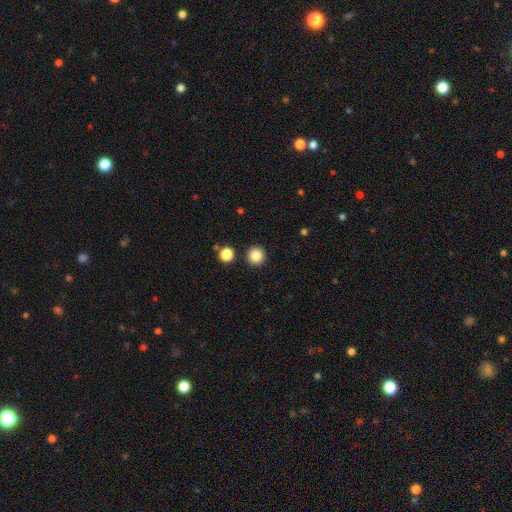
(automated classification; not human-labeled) smooth-or-featured: smooth: 85% | star or artifact: 11% | featured or disk: 4%
  how-rounded: round: 96% | in between: 3% | cigar-shaped: 1%
  merging: none: 91% | minor disturbance: 5% | merger: 2% | major disturbance: 2%